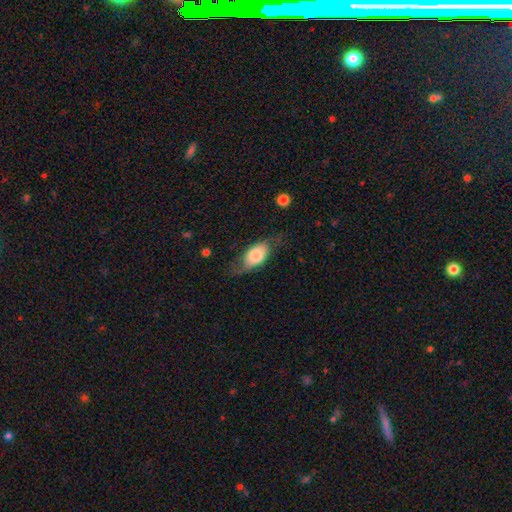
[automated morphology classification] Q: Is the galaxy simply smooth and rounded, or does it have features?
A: smooth — 62%.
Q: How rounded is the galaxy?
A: in between — 87%.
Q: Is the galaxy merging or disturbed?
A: none — 54%.